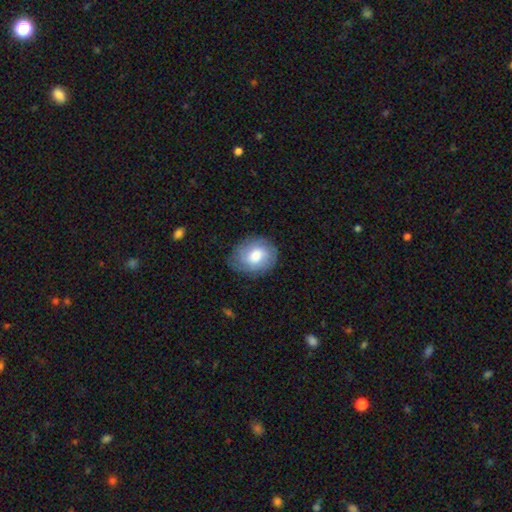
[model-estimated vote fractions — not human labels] Smooth or featured? smooth (64%)
How rounded? in between (51%)
Merging? none (75%)